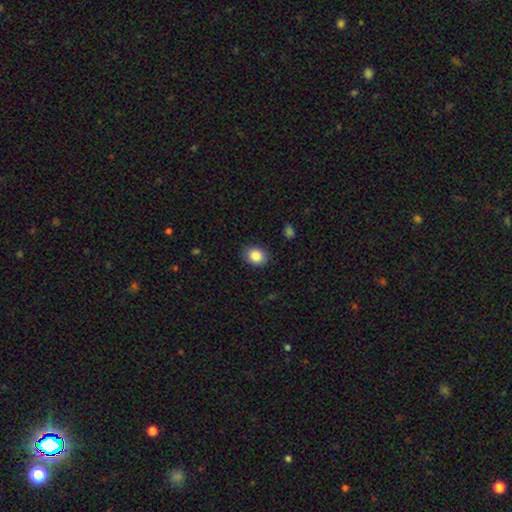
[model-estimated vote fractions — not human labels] Smooth or featured: smooth — 87% (star or artifact — 9%)
How rounded: round — 56% (in between — 43%)
Merging: none — 86% (minor disturbance — 10%)